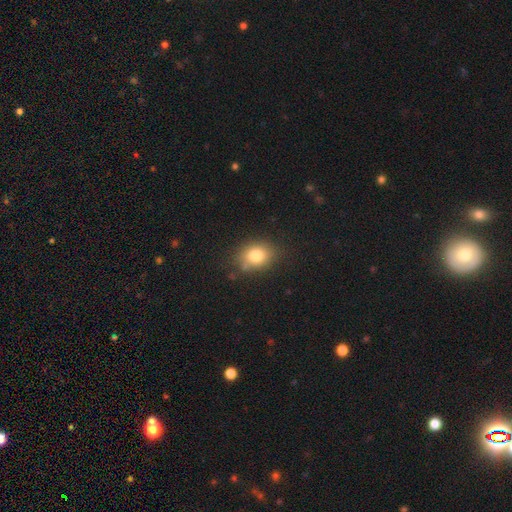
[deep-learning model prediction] Overall: smooth (79%). How rounded: in between (54%; round 44%). Merging: none (77%).